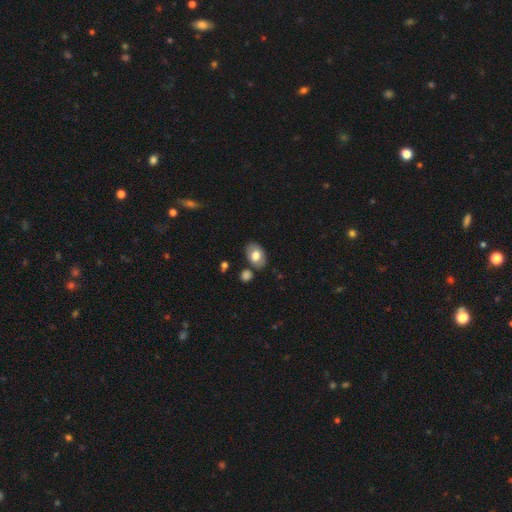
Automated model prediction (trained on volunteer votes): Q: Smooth or featured?
A: smooth (71%); runner-up: featured or disk (23%)
Q: How rounded?
A: in between (86%); runner-up: round (13%)
Q: Merging?
A: none (76%); runner-up: minor disturbance (14%)